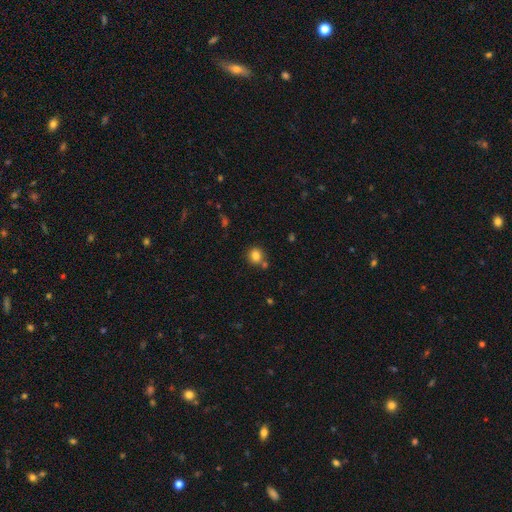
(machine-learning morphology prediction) smooth_or_featured: smooth (p=0.82) [alt: star or artifact p=0.12]
how_rounded: round (p=0.88) [alt: in between p=0.11]
merging: none (p=0.73) [alt: merger p=0.14]